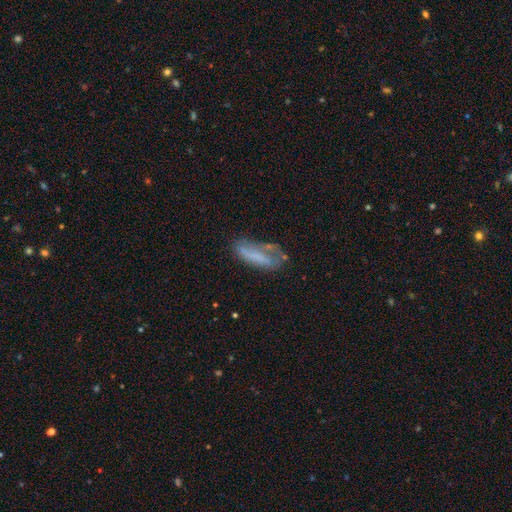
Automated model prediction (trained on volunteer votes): smooth_or_featured: smooth (p=0.50) [alt: featured or disk p=0.40]
merging: none (p=0.39) [alt: minor disturbance p=0.30]